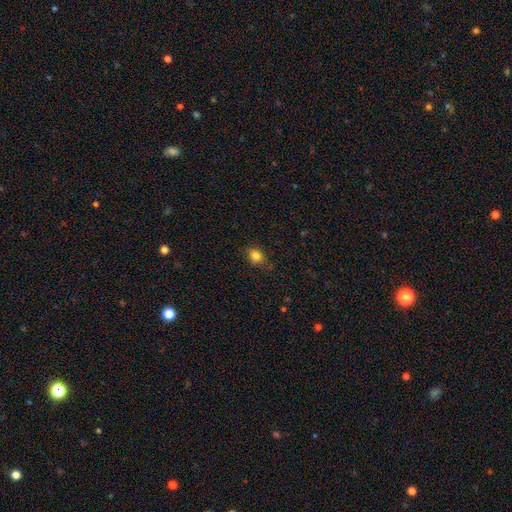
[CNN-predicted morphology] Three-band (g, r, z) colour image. It shows a smooth galaxy with no disk features (82%) that is round (51%). Merging: none (77%).